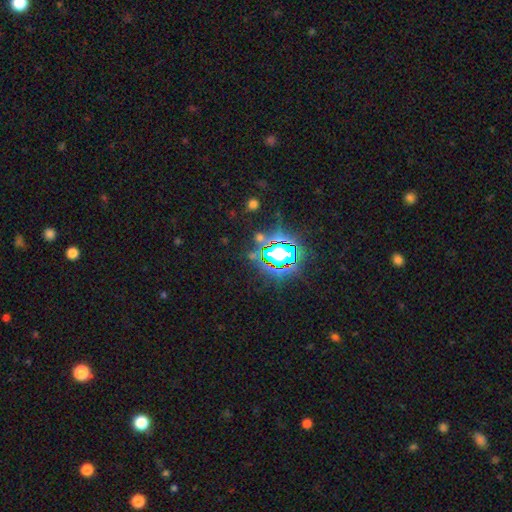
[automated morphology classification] Smooth or featured?
  - star or artifact: 75% *
  - smooth: 16%
  - featured or disk: 10%